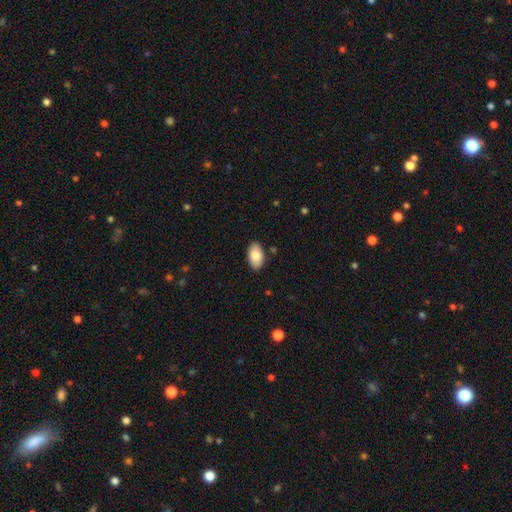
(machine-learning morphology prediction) Q: Smooth or featured?
A: smooth (84%); runner-up: featured or disk (10%)
Q: How rounded?
A: in between (95%); runner-up: round (3%)
Q: Merging?
A: none (87%); runner-up: minor disturbance (10%)